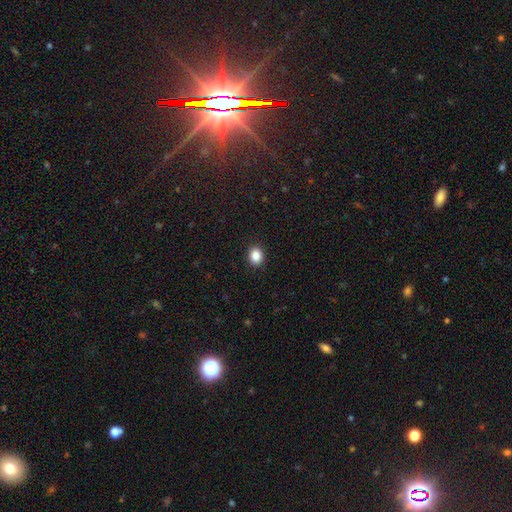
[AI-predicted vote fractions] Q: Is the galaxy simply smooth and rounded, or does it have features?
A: smooth — 87%.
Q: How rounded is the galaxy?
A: round — 55%.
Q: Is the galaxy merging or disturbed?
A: none — 91%.